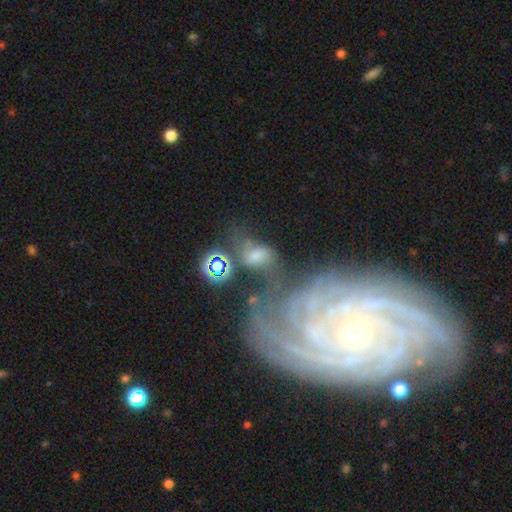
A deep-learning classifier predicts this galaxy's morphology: smooth_or_featured: smooth (p=0.45) [alt: featured or disk p=0.30]
merging: none (p=0.33) [alt: merger p=0.26]